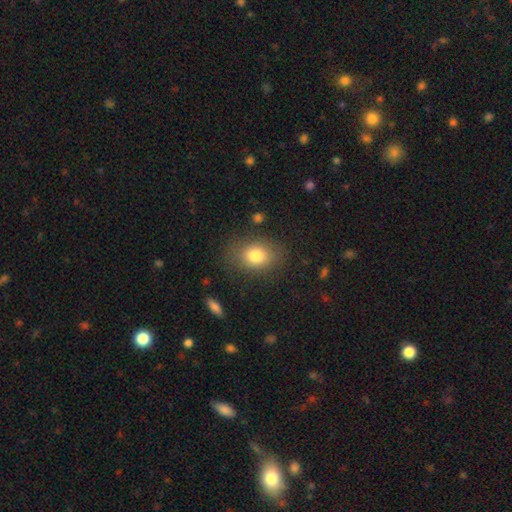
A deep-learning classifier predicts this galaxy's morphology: Smooth or featured?
  - smooth: 80% *
  - star or artifact: 10%
  - featured or disk: 10%
How rounded?
  - in between: 62% *
  - round: 37%
  - cigar-shaped: 1%
Merging?
  - none: 81% *
  - minor disturbance: 12%
  - major disturbance: 5%
  - merger: 2%